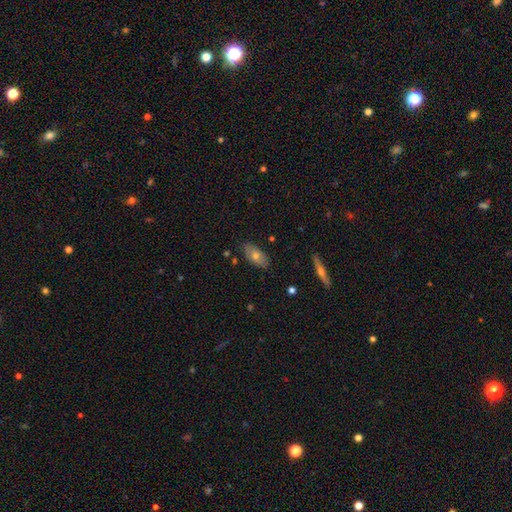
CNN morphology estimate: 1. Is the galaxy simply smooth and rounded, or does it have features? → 58% smooth, 34% featured or disk, 8% star or artifact.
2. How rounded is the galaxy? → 88% in between, 7% cigar-shaped, 4% round.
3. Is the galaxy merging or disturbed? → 83% none, 13% minor disturbance, 2% major disturbance, 2% merger.